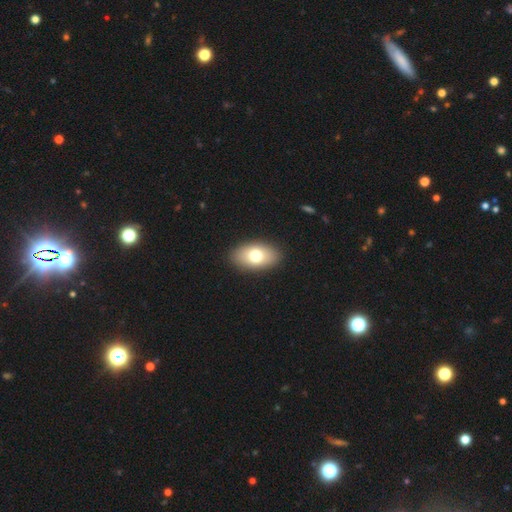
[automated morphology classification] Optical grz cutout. It shows a smooth galaxy with no disk features (73%) that is in between round and cigar-shaped (91%). Merging: none (89%).